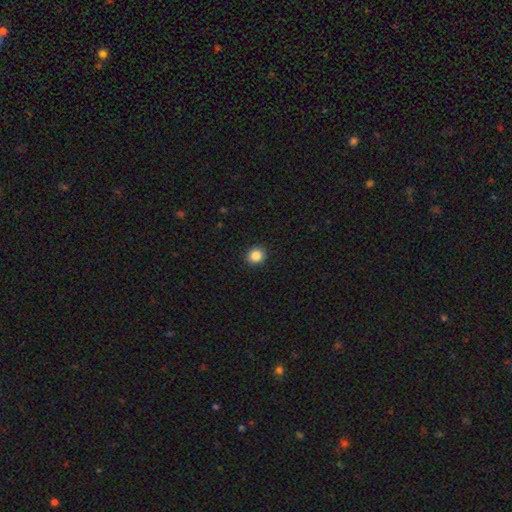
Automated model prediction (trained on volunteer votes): A smooth galaxy with no disk features (85%) that is round (84%). Merging: none (92%).